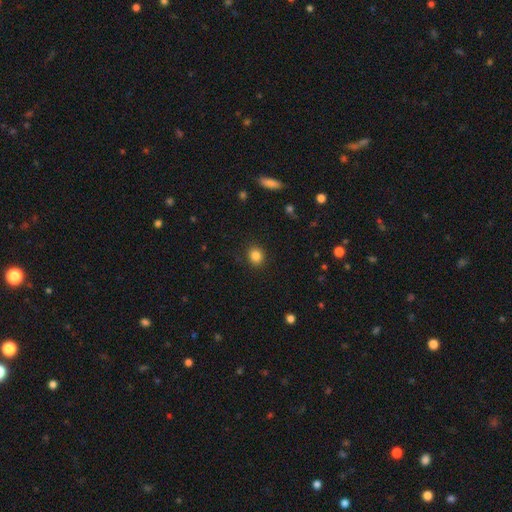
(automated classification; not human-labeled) Smooth or featured: smooth — 85% (star or artifact — 10%)
How rounded: round — 73% (in between — 26%)
Merging: none — 90% (minor disturbance — 7%)